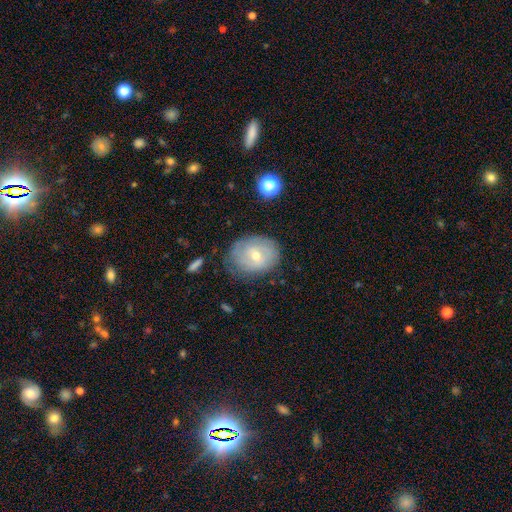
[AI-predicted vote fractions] A featured or disk galaxy (55%) with no bar (52%), spiral arms (70%) and a moderate central bulge (49%). Merging: none (72%).